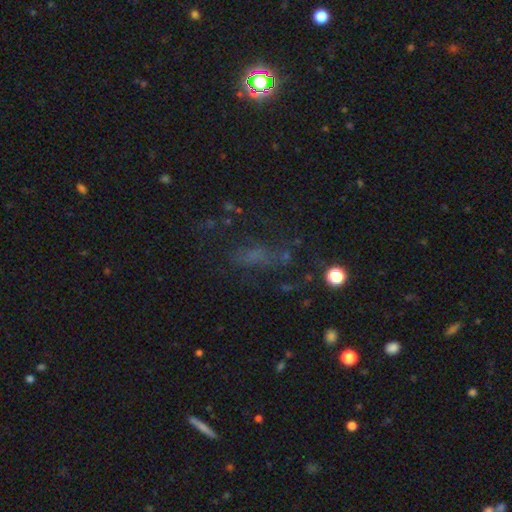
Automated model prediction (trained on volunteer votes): Morphology: type=smooth (37%); merging=none (51%).